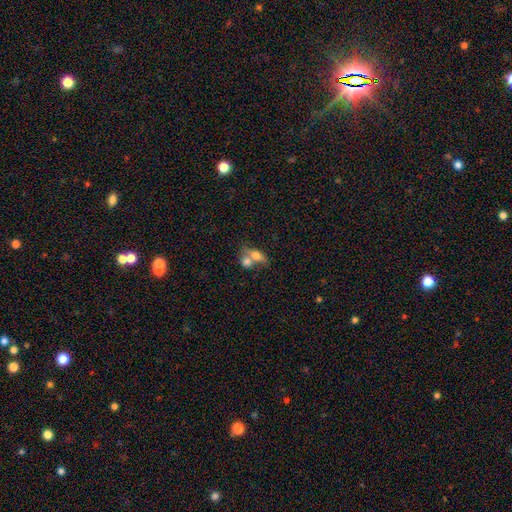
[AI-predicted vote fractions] Overall: smooth (67%). How rounded: in between (67%). Merging: merger (65%).